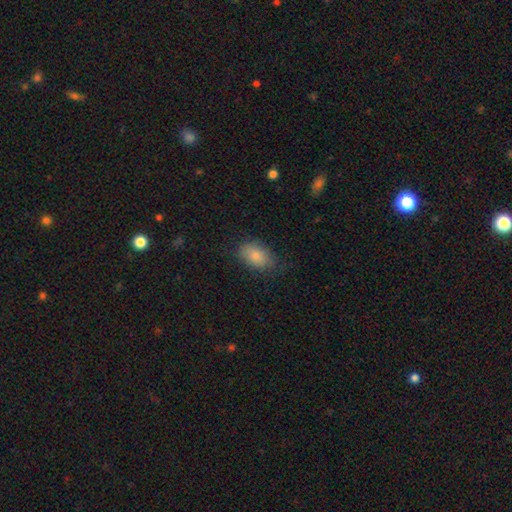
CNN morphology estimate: Smooth or featured: smooth — 84% (featured or disk — 8%)
How rounded: in between — 88% (round — 10%)
Merging: none — 73% (minor disturbance — 21%)